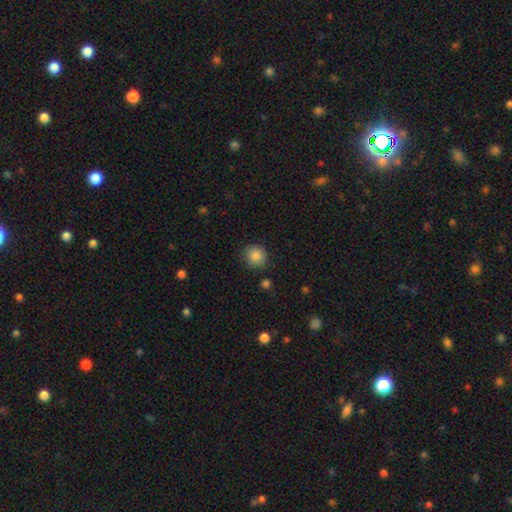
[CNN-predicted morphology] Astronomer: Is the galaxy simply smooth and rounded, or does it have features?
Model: smooth — 87%.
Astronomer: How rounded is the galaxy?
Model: round — 91%.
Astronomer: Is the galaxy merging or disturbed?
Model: none — 87%.